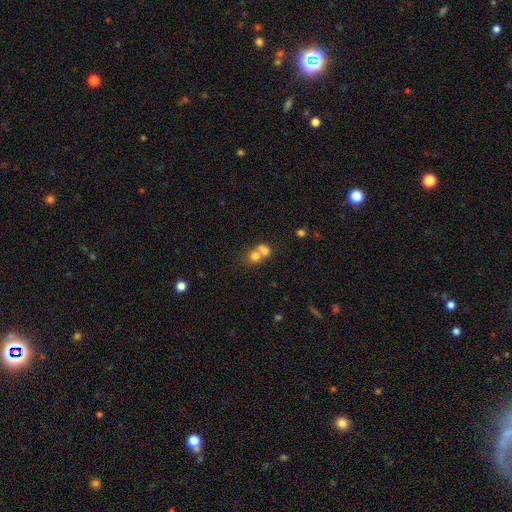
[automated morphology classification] Smooth or featured: smooth — 71% (featured or disk — 17%)
How rounded: round — 71% (in between — 28%)
Merging: merger — 67% (none — 25%)